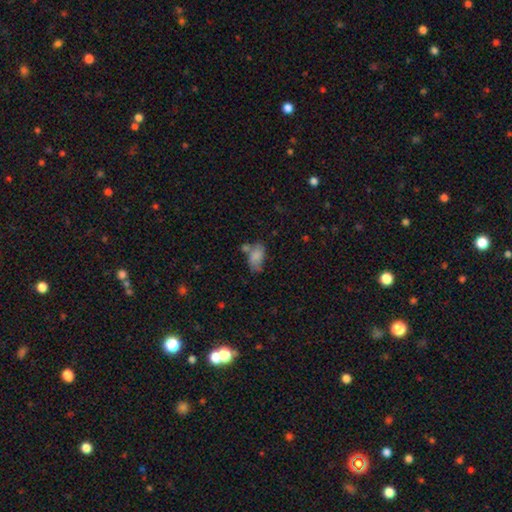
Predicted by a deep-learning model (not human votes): Smooth or featured: smooth — 77% (featured or disk — 14%)
How rounded: in between — 91% (round — 6%)
Merging: none — 35% (merger — 27%)